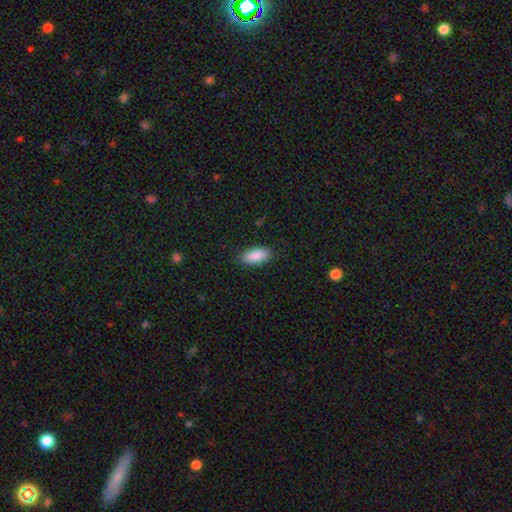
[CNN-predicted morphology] This appears to be a smooth galaxy with no disk features (89%) that is in between round and cigar-shaped (90%). Merging: none (87%).